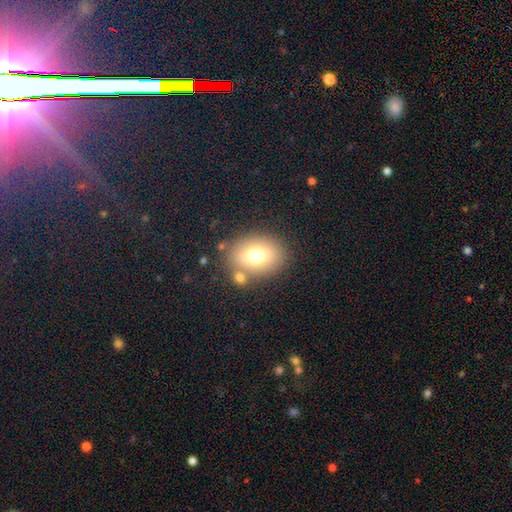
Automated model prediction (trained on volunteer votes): Smooth or featured? smooth (70%)
How rounded? in between (59%)
Merging? none (74%)